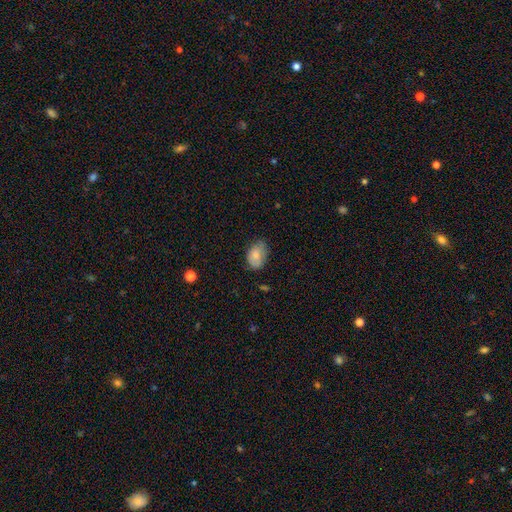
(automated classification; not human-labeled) Overall: smooth (76%). How rounded: in between (84%). Merging: none (62%; minor disturbance 30%).